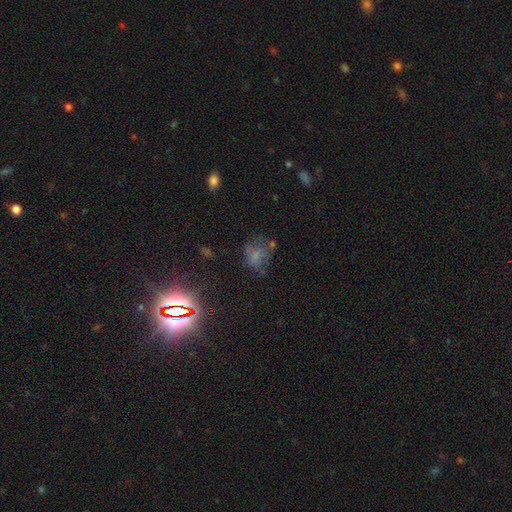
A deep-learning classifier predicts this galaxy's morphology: A smooth galaxy with no disk features (48%). Merging: none (47%).